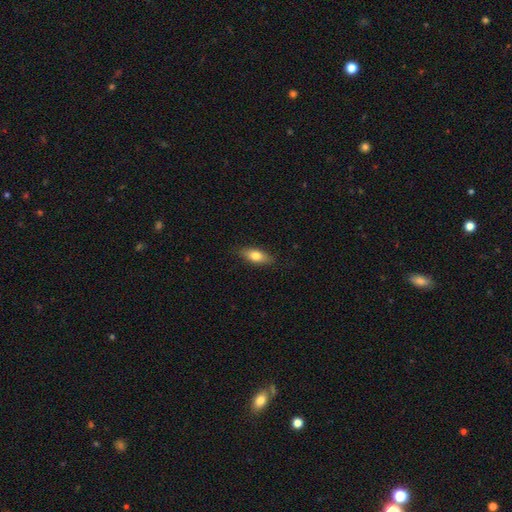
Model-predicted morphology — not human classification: A smooth galaxy with no disk features (74%) that is in between round and cigar-shaped (75%). Merging: none (85%).